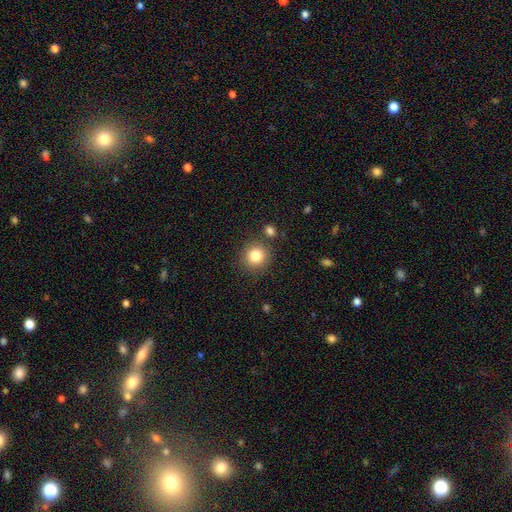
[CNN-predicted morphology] Smooth or featured: smooth — 82% (star or artifact — 11%)
How rounded: round — 92% (in between — 7%)
Merging: none — 84% (minor disturbance — 8%)